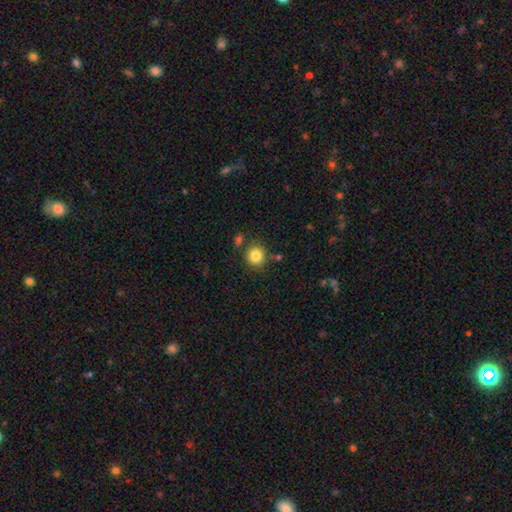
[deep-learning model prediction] smooth_or_featured: smooth (p=0.83) [alt: star or artifact p=0.10]
how_rounded: round (p=0.89) [alt: in between p=0.10]
merging: none (p=0.80) [alt: minor disturbance p=0.10]